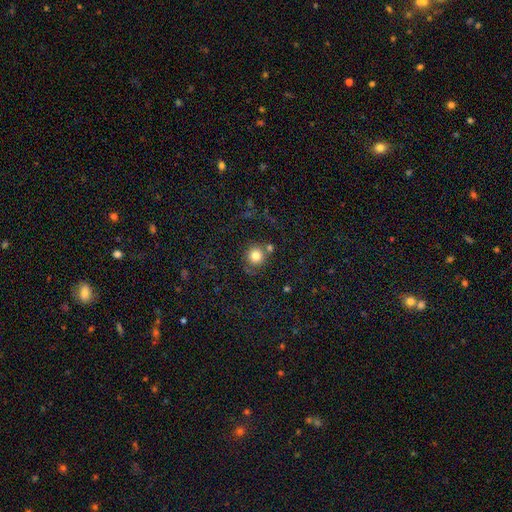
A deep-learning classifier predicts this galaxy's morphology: smooth_or_featured: smooth (p=0.81) [alt: star or artifact p=0.11]
how_rounded: round (p=0.92) [alt: in between p=0.07]
merging: none (p=0.71) [alt: merger p=0.13]